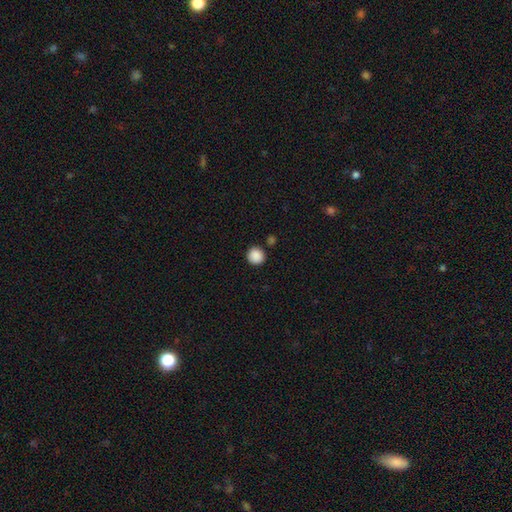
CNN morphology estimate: A smooth galaxy with no disk features (88%) that is round (93%).

Vote fractions:
- Smooth or featured? smooth: 88% / star or artifact: 9% / featured or disk: 2%
- How rounded? round: 93% / in between: 6% / cigar-shaped: 1%
- Merging? none: 87% / minor disturbance: 7% / merger: 4% / major disturbance: 2%